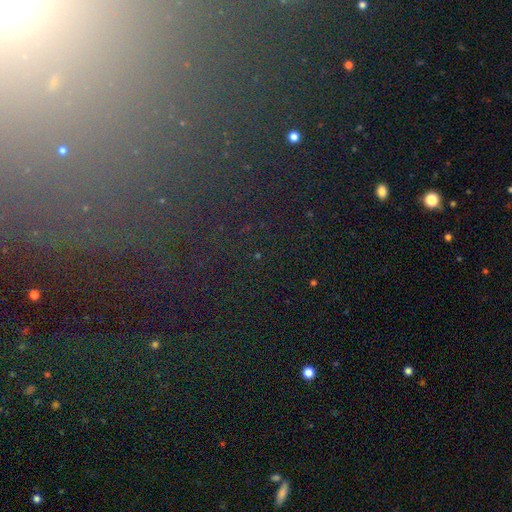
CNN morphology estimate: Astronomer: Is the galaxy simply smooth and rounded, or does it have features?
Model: star or artifact — 71%.